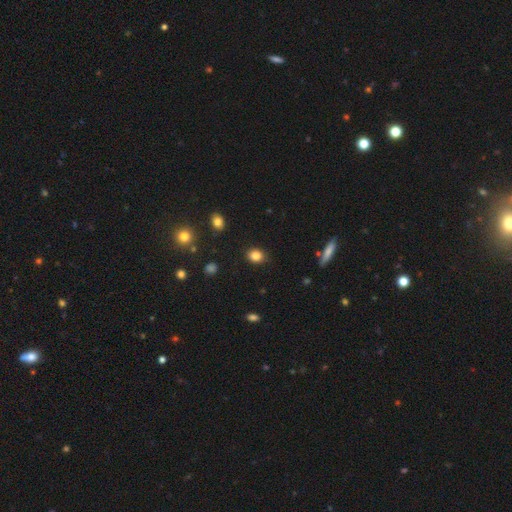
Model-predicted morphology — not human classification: Smooth or featured: smooth — 85% (star or artifact — 10%)
How rounded: round — 56% (in between — 42%)
Merging: none — 87% (minor disturbance — 9%)